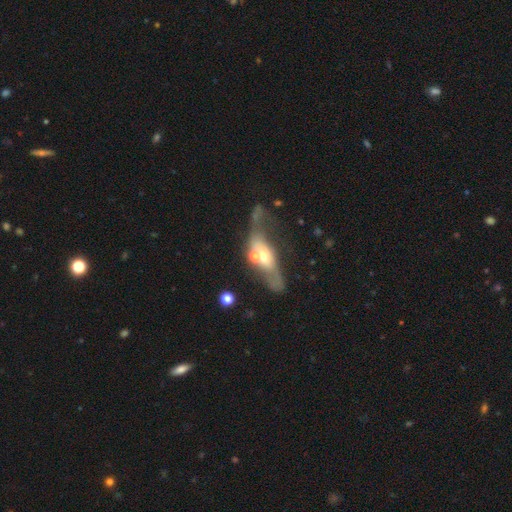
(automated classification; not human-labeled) smooth_or_featured: featured or disk (p=0.62) [alt: smooth p=0.28]
disk_edge_on: no (p=0.69) [alt: yes p=0.31]
merging: none (p=0.31) [alt: major disturbance p=0.25]